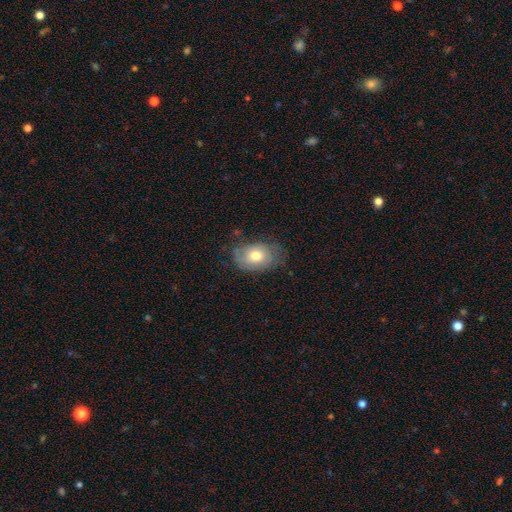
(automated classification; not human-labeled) The model was most divided on "smooth or featured": smooth: 62%, featured or disk: 31%, star or artifact: 7%. More confident: how rounded — in between (86%); merging — none (63%).